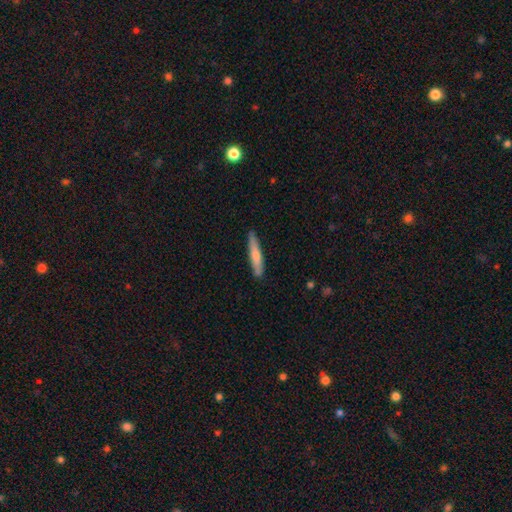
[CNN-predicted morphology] type=smooth (67%); roundness=cigar-shaped (92%); merging=none (86%).